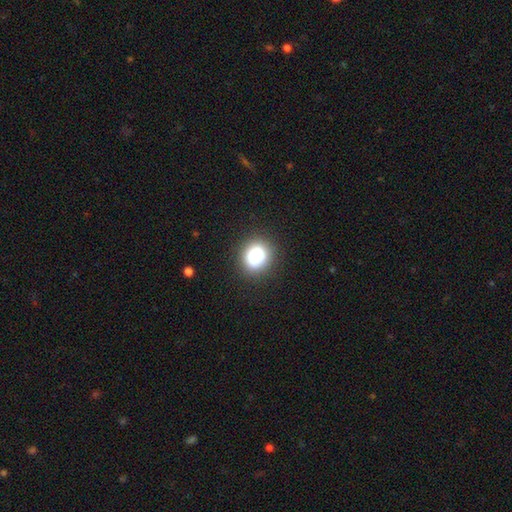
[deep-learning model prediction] Smooth or featured? smooth (83%)
How rounded? round (77%)
Merging? none (84%)